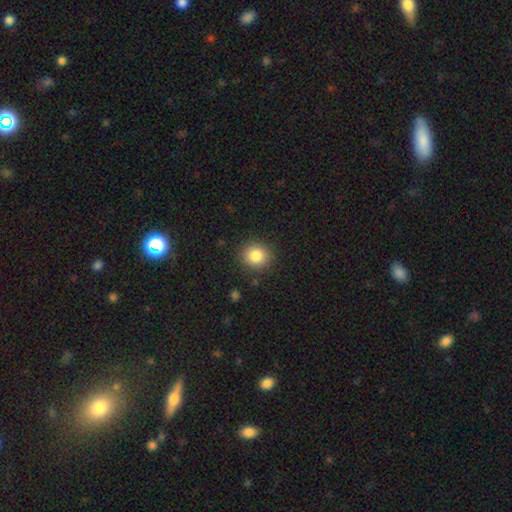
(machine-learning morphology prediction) A smooth galaxy with no disk features (84%) that is round (85%). Merging: none (89%).